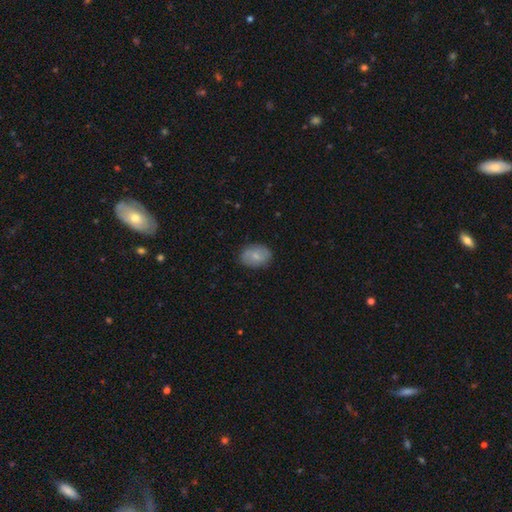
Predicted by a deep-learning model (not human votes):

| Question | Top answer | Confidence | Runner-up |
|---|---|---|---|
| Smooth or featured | smooth | 71% | featured or disk (22%) |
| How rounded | in between | 76% | round (23%) |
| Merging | none | 85% | minor disturbance (12%) |